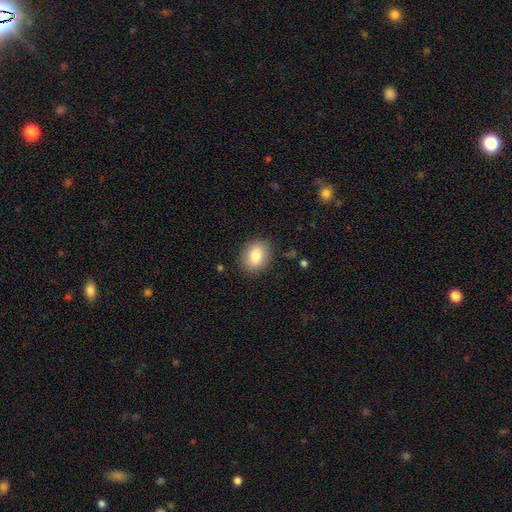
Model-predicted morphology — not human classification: Q: Smooth or featured?
A: smooth (83%); runner-up: featured or disk (9%)
Q: How rounded?
A: in between (58%); runner-up: round (40%)
Q: Merging?
A: none (87%); runner-up: minor disturbance (9%)